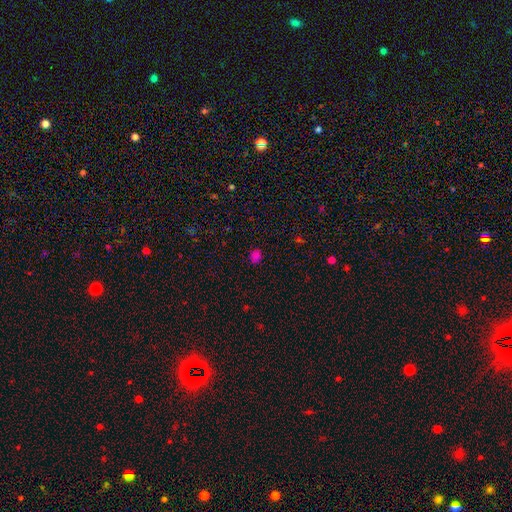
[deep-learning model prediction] The model was most divided on "how rounded": round: 66%, in between: 33%, cigar-shaped: 1%. More confident: merging — none (85%); smooth or featured — smooth (75%).